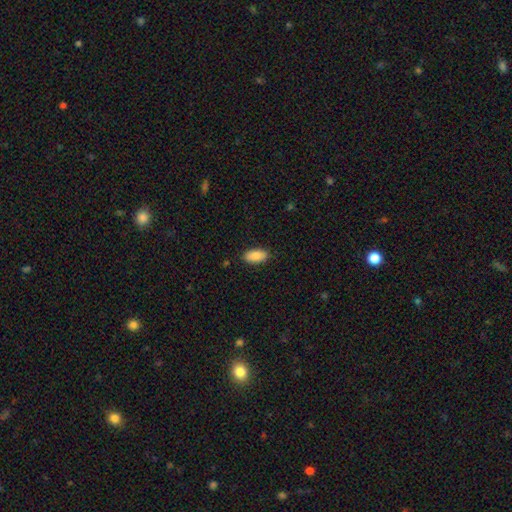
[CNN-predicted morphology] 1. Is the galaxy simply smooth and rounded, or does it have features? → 88% smooth, 6% star or artifact, 5% featured or disk.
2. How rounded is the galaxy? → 92% in between, 6% cigar-shaped, 2% round.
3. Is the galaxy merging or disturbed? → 88% none, 9% minor disturbance, 2% major disturbance, 1% merger.